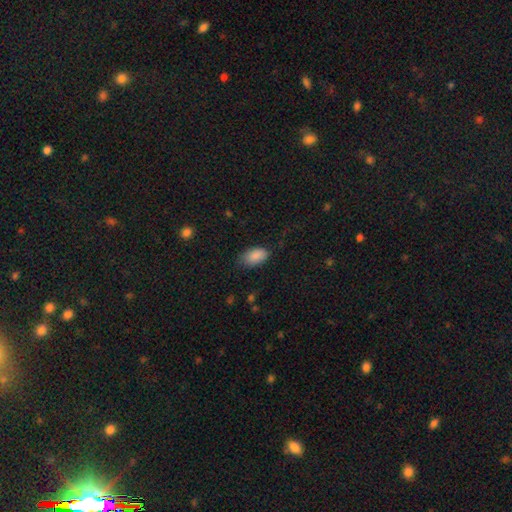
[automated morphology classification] Smooth or featured? smooth (88%)
How rounded? in between (93%)
Merging? none (71%)